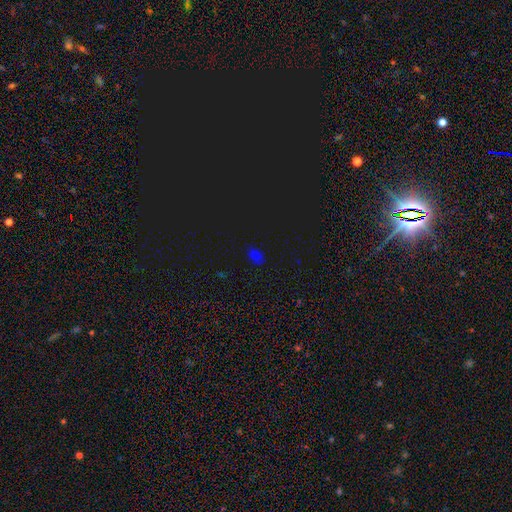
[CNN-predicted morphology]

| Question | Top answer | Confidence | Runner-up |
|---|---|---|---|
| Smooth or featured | smooth | 59% | star or artifact (36%) |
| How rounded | in between | 83% | round (15%) |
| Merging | none | 83% | minor disturbance (12%) |